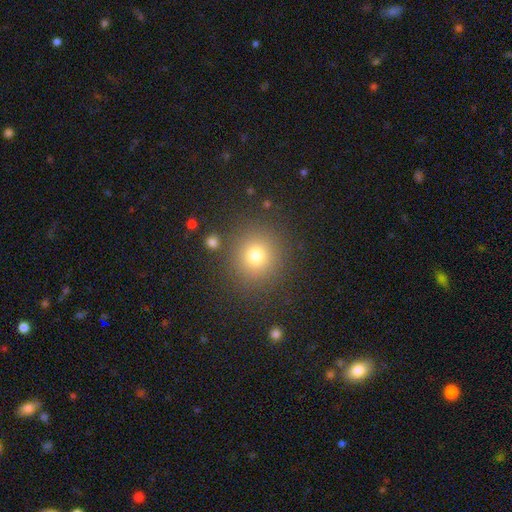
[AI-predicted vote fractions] This appears to be a smooth galaxy with no disk features (76%) that is round (92%). Merging: none (87%).